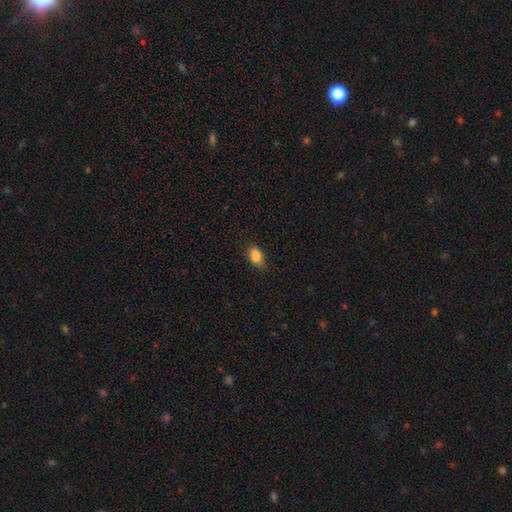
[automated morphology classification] Smooth or featured: smooth — 87% (star or artifact — 9%)
How rounded: in between — 86% (round — 11%)
Merging: none — 72% (minor disturbance — 23%)